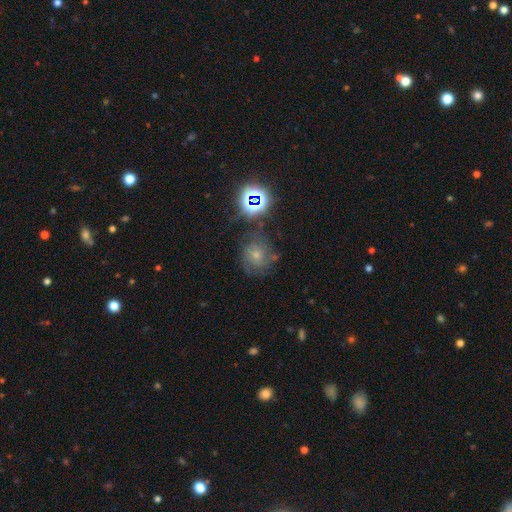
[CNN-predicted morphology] Overall: featured or disk (49%; star or artifact 32%). Merging: none (73%).